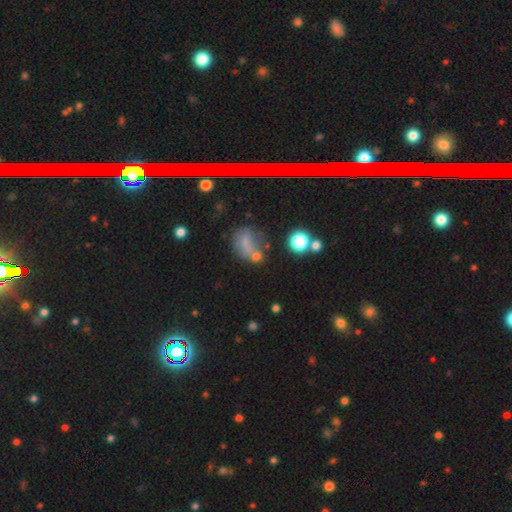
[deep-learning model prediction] Smooth or featured: smooth — 46% (star or artifact — 32%)
Merging: none — 59% (minor disturbance — 18%)